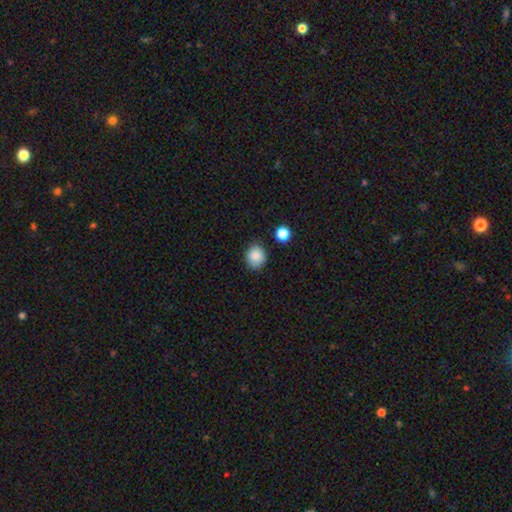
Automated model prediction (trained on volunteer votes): The model was most divided on "how rounded": round: 74%, in between: 25%, cigar-shaped: 1%. More confident: smooth or featured — smooth (87%); merging — none (82%).